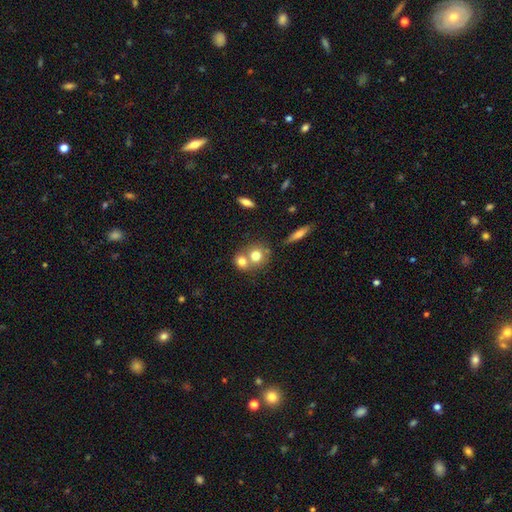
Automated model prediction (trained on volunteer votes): Overall: smooth (73%). How rounded: round (79%). Merging: merger (55%; none 36%).